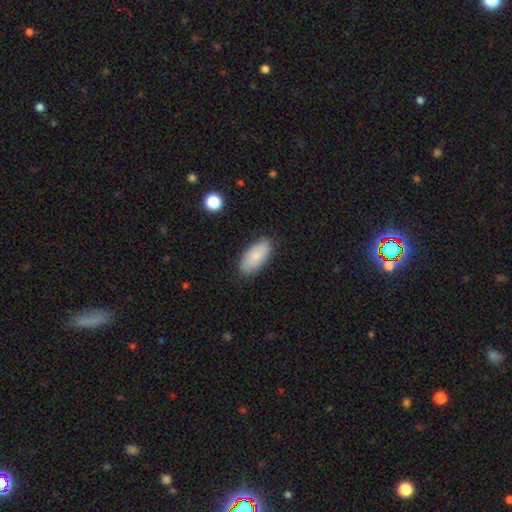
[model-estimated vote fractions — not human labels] smooth 77%, featured or disk 16%, star or artifact 6%. Down the decision tree: how rounded — in between (93%); merging — none (82%).